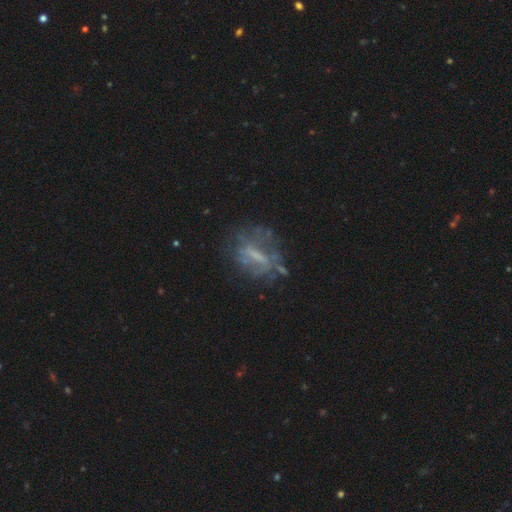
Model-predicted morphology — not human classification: Smooth or featured? featured or disk (63%)
Edge-on disk? no (91%)
Bar? weak (39%)
Spiral arms? no (60%)
Bulge size? none (42%)
Merging? none (53%)